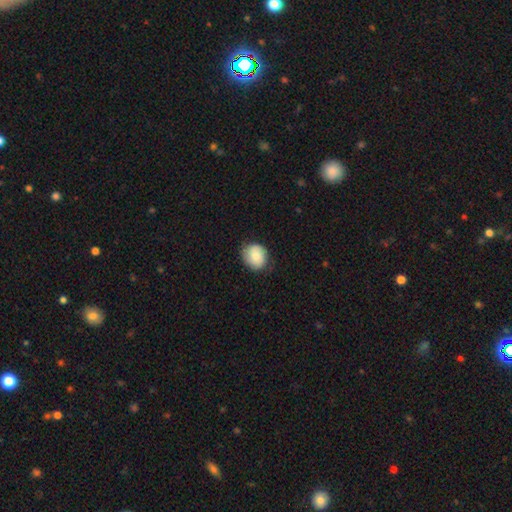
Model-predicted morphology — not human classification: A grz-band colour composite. It shows a smooth galaxy with no disk features (76%) that is round (68%). Merging: none (74%).